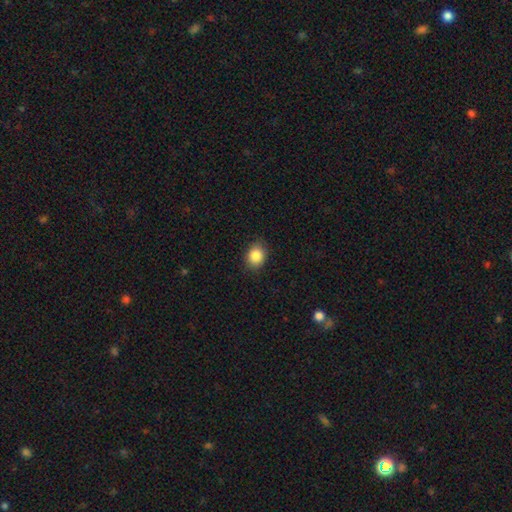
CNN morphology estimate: smooth 87%, star or artifact 9%, featured or disk 4%. Down the decision tree: how rounded — round (51%); merging — none (85%).